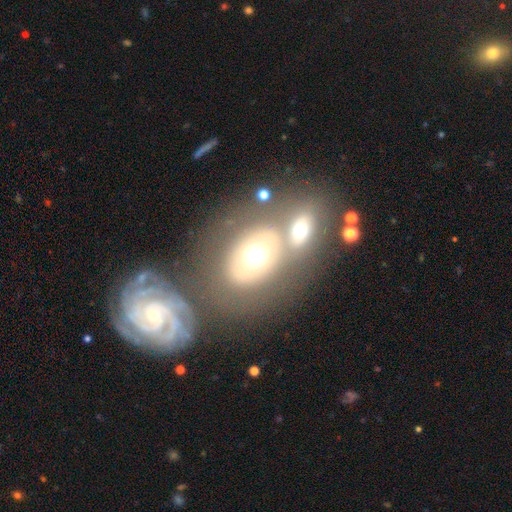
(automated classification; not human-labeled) This is likely a featured or disk galaxy (67%). It is clearly not viewed edge-on (94%). Bar: likely no (78%). Spiral arm pattern: likely yes (74%). Central bulge: possibly moderate (59%). Merging: marginally merger (43%).